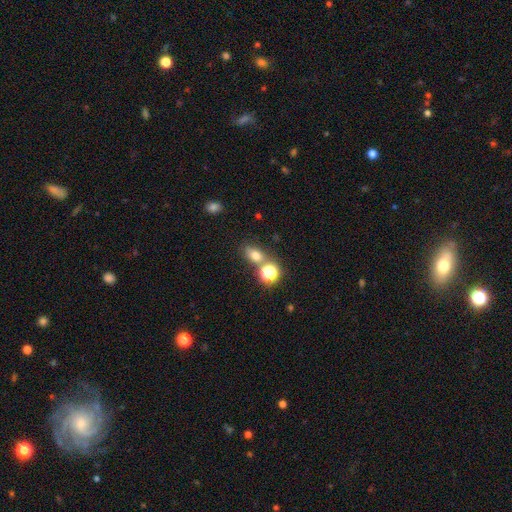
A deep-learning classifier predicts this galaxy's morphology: A smooth galaxy with no disk features (70%) that is in between round and cigar-shaped (63%). Merging: none (60%).